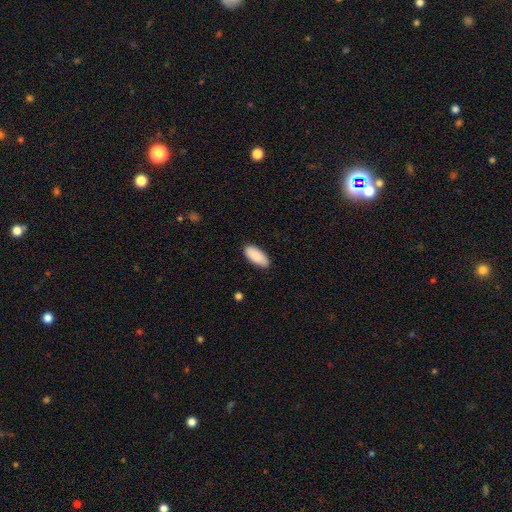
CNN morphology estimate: Overall: smooth (90%). How rounded: in between (91%). Merging: none (88%).